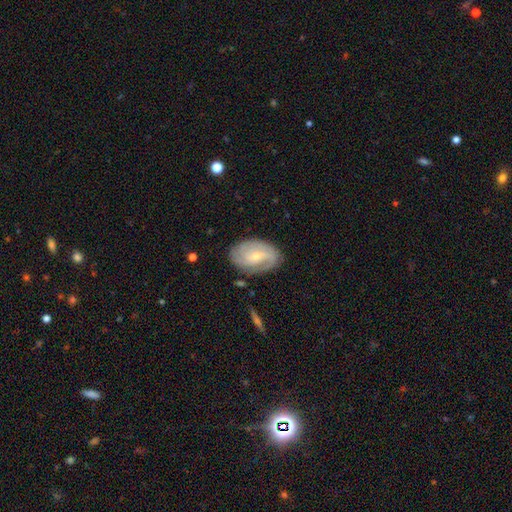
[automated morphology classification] featured or disk 76%, smooth 18%, star or artifact 6%. Down the decision tree: edge-on disk — no (96%); bar — no (53%); spiral arms — yes (92%); spiral arm count — 2 (44%); spiral winding — tight (50%); bulge size — small (68%); merging — none (77%).